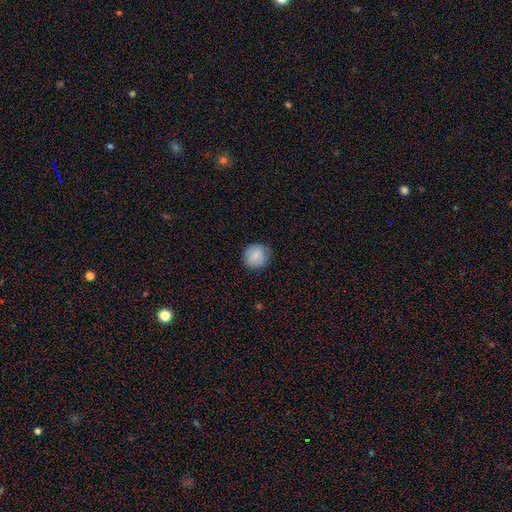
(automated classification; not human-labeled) Smooth or featured: smooth — 83% (featured or disk — 10%)
How rounded: round — 90% (in between — 9%)
Merging: none — 81% (minor disturbance — 15%)